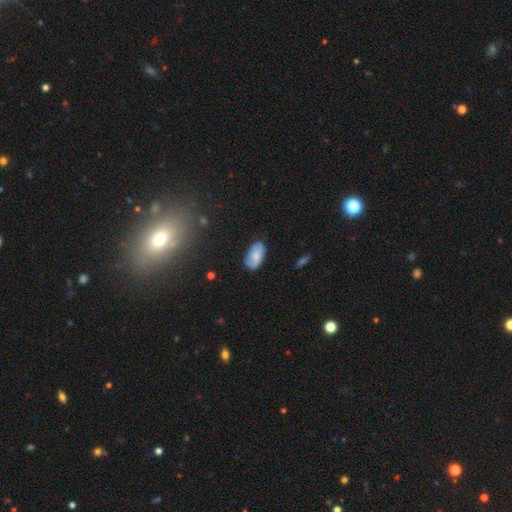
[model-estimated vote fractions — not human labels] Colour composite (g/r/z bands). It shows a smooth galaxy with no disk features (67%) that is in between round and cigar-shaped (94%). Merging: none (70%).